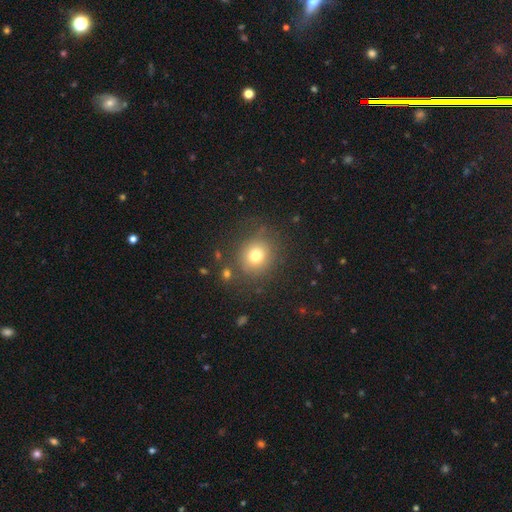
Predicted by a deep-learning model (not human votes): This appears to be a smooth galaxy with no disk features (75%) that is round (84%). Merging: none (79%).